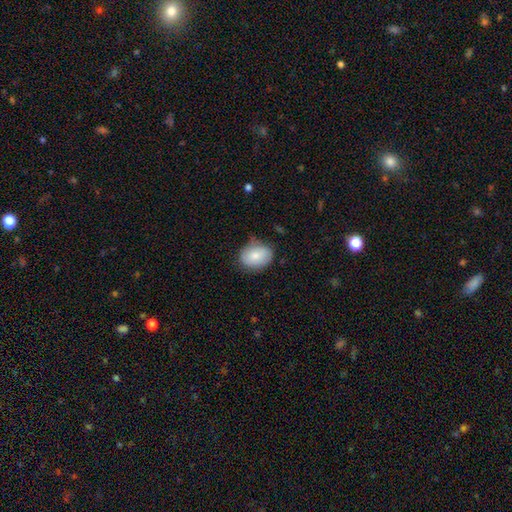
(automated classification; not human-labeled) Smooth or featured? Predicted: smooth (p=0.77). How rounded? Predicted: in between (p=0.60). Merging? Predicted: none (p=0.66).